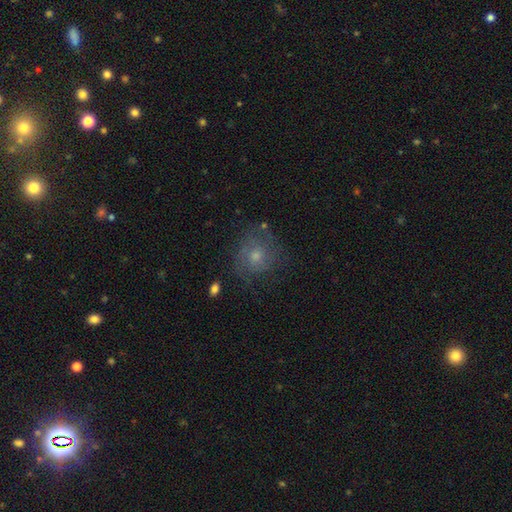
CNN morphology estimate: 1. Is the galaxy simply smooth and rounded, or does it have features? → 45% smooth, 41% featured or disk, 14% star or artifact.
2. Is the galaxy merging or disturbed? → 65% none, 20% minor disturbance, 12% major disturbance, 2% merger.